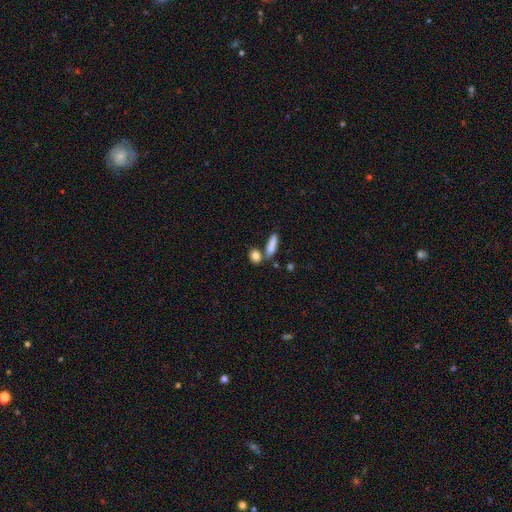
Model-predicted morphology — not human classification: This appears to be a smooth galaxy with no disk features (85%) that is in between round and cigar-shaped (58%). Merging: none (60%).